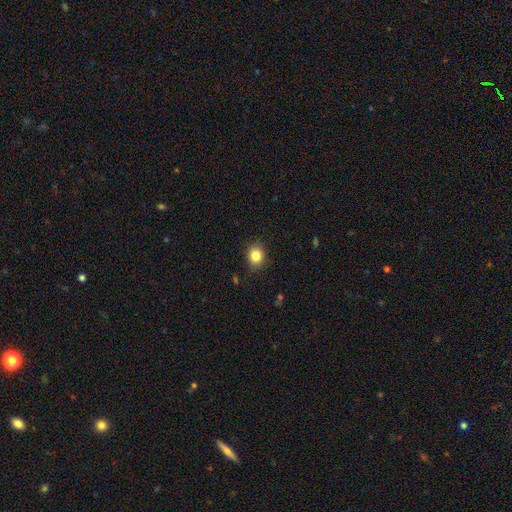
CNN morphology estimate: type=smooth (84%); roundness=round (63%); merging=none (84%).